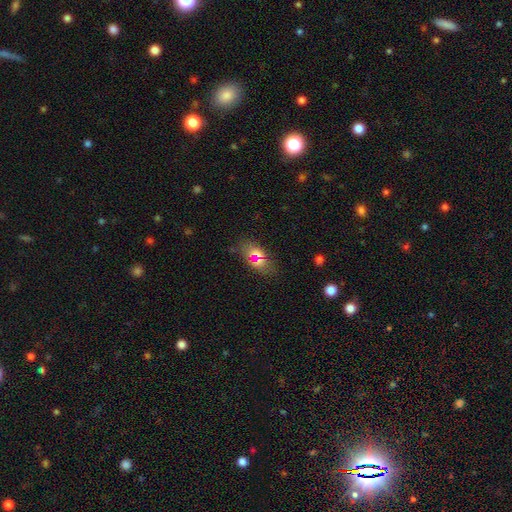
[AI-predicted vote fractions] Q: Smooth or featured?
A: smooth (57%); runner-up: star or artifact (23%)
Q: How rounded?
A: in between (87%); runner-up: round (8%)
Q: Merging?
A: none (77%); runner-up: minor disturbance (14%)